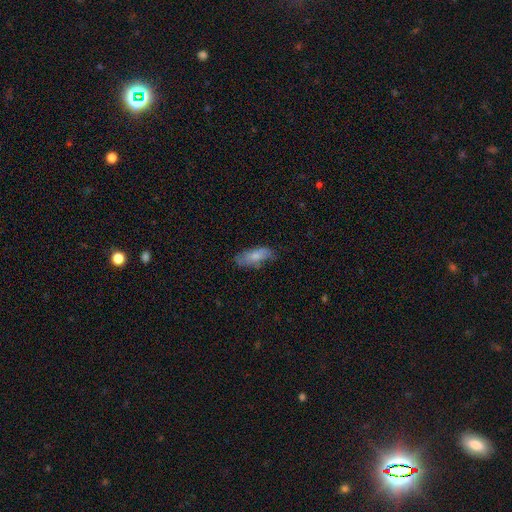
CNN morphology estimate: Smooth or featured? Predicted: smooth (p=0.73). How rounded? Predicted: in between (p=0.80). Merging? Predicted: none (p=0.63).